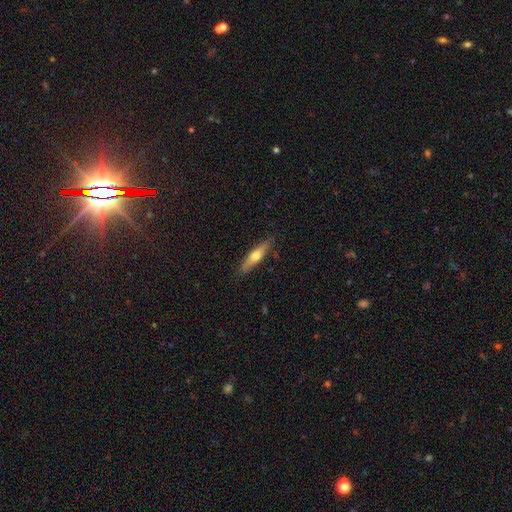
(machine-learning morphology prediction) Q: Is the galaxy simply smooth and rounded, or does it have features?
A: smooth — 48%.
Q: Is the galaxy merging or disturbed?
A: none — 87%.